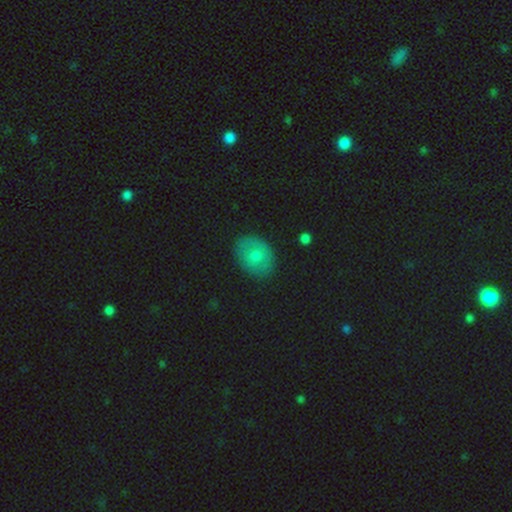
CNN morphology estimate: This appears to be a smooth galaxy with no disk features (69%) that is in between round and cigar-shaped (63%). Merging: none (84%).